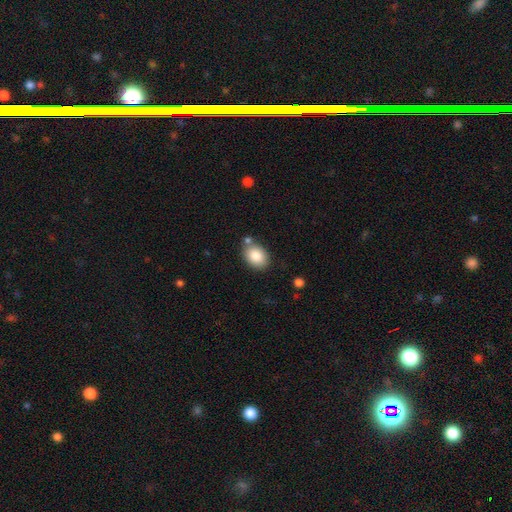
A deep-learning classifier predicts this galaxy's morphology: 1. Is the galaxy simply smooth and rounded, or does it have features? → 84% smooth, 8% featured or disk, 7% star or artifact.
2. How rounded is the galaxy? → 78% in between, 21% round, 1% cigar-shaped.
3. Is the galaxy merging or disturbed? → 73% none, 13% minor disturbance, 10% merger, 3% major disturbance.